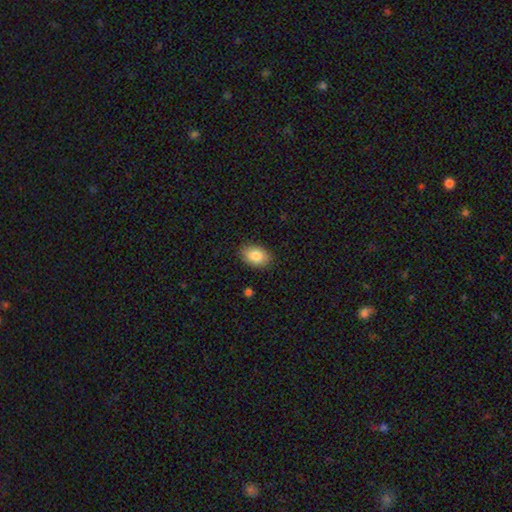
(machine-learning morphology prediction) Overall: smooth (86%). How rounded: in between (86%). Merging: none (88%).